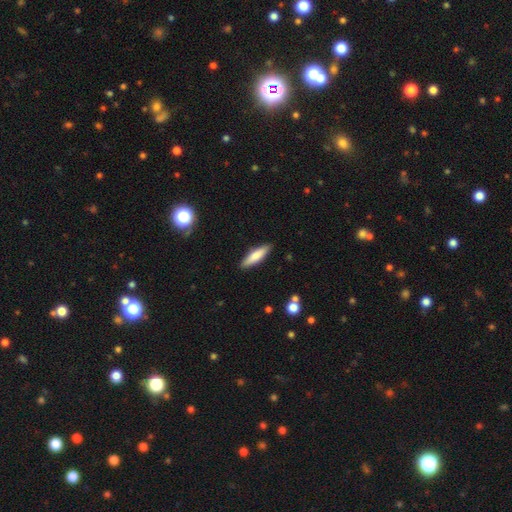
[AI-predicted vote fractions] A smooth galaxy with no disk features (73%) that is cigar-shaped (68%). Merging: none (89%).